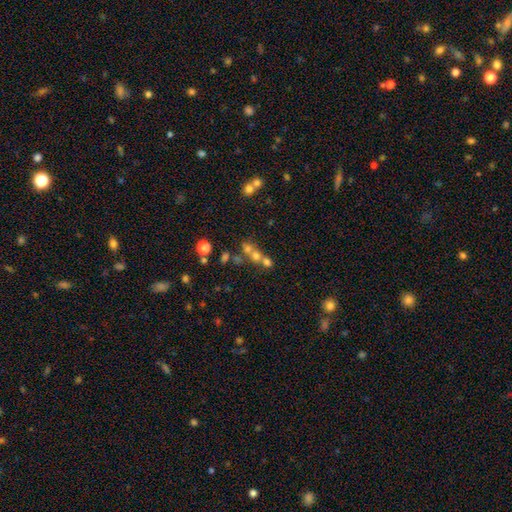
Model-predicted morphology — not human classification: A smooth galaxy with no disk features (56%) that is round (78%).

Vote fractions:
- Smooth or featured? smooth: 56% / featured or disk: 23% / star or artifact: 22%
- How rounded? round: 78% / in between: 20% / cigar-shaped: 2%
- Merging? merger: 53% / none: 35% / minor disturbance: 7% / major disturbance: 5%